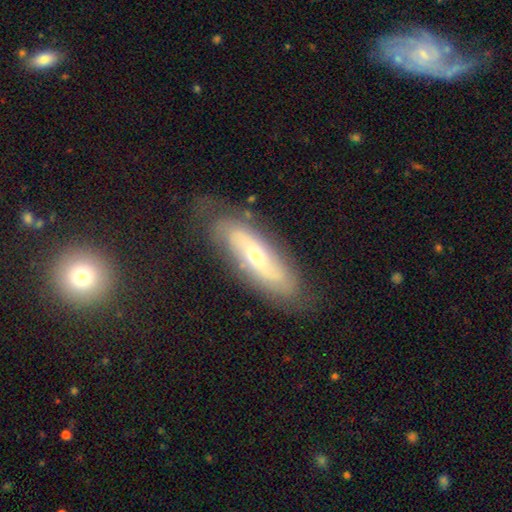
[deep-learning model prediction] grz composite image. It shows a featured or disk galaxy (67%) with no bar (65%), spiral arms (73%) and a small central bulge (55%). Merging: none (73%).